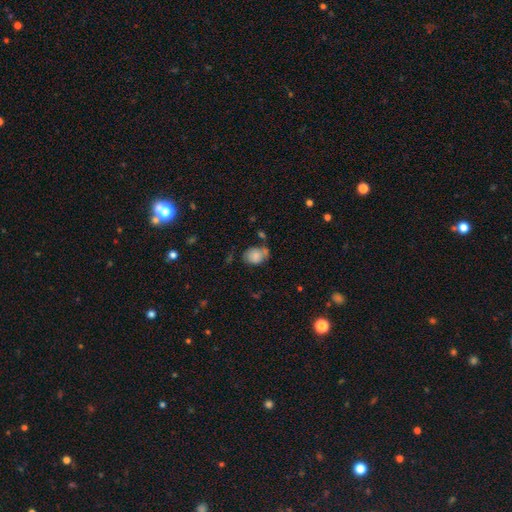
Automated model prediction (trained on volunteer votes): A smooth galaxy with no disk features (78%) that is in between round and cigar-shaped (65%).

Vote fractions:
- Smooth or featured? smooth: 78% / featured or disk: 13% / star or artifact: 9%
- How rounded? in between: 65% / round: 34% / cigar-shaped: 1%
- Merging? none: 49% / minor disturbance: 29% / merger: 12% / major disturbance: 10%